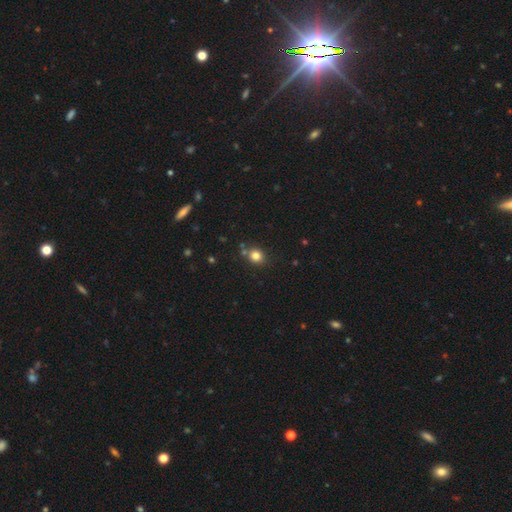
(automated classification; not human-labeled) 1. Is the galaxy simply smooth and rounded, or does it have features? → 81% smooth, 13% star or artifact, 6% featured or disk.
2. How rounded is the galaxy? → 80% round, 19% in between, 1% cigar-shaped.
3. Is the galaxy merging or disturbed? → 75% none, 11% merger, 11% minor disturbance, 3% major disturbance.